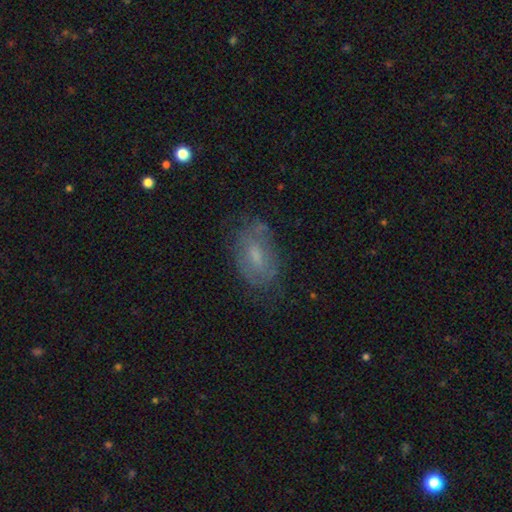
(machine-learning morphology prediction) featured or disk 45%, smooth 44%, star or artifact 11%. Down the decision tree: merging — none (67%).